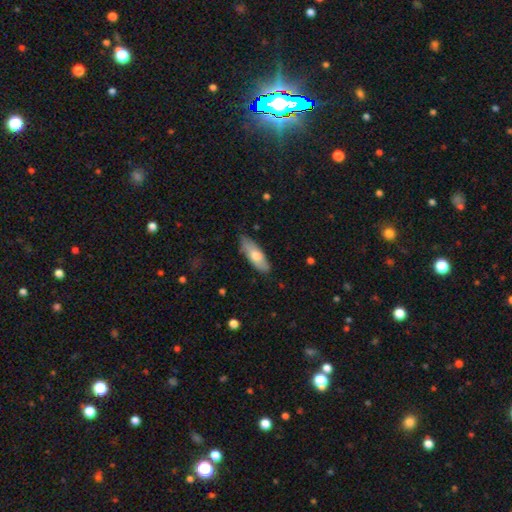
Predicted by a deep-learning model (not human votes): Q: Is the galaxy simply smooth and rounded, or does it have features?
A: smooth — 69%.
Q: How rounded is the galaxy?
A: in between — 65%.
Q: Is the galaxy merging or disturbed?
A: none — 78%.